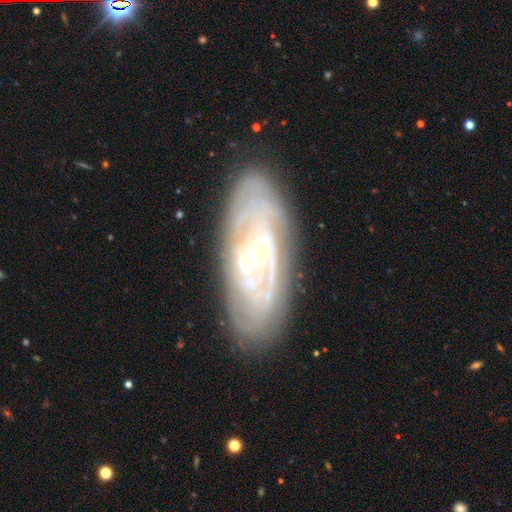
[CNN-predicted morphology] featured or disk 84%, smooth 10%, star or artifact 6%. Down the decision tree: edge-on disk — no (90%); bar — weak (40%, tied with no); spiral arms — yes (92%); spiral arm count — can't tell (39%); spiral winding — tight (66%); bulge size — small (71%); merging — none (82%).